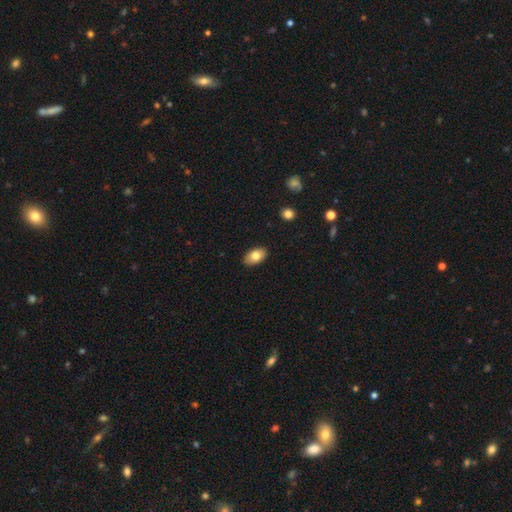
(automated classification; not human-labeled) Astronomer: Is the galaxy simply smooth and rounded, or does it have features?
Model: smooth — 79%.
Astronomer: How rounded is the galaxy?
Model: in between — 92%.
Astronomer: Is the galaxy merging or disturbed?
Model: none — 88%.